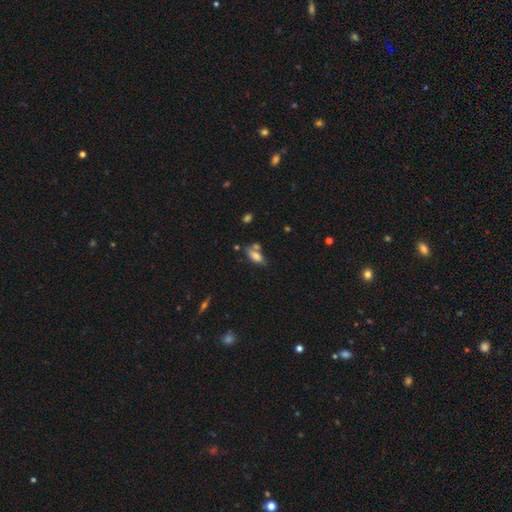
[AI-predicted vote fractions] smooth_or_featured: smooth (p=0.72) [alt: featured or disk p=0.18]
how_rounded: in between (p=0.81) [alt: cigar-shaped p=0.15]
merging: none (p=0.47) [alt: merger p=0.26]